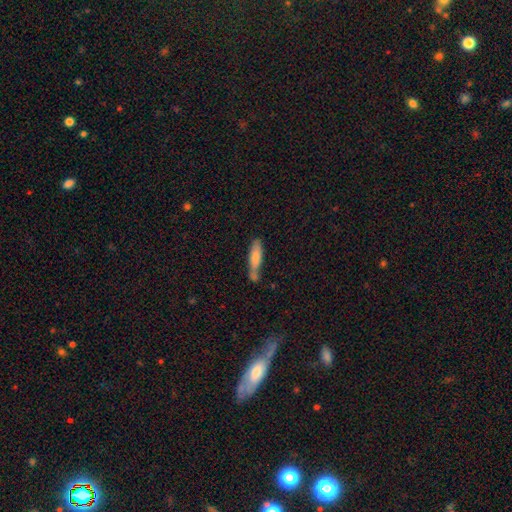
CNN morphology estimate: The model was most divided on "merging": none: 57%, minor disturbance: 21%, merger: 14%, major disturbance: 7%. More confident: how rounded — cigar-shaped (72%); smooth or featured — smooth (64%).